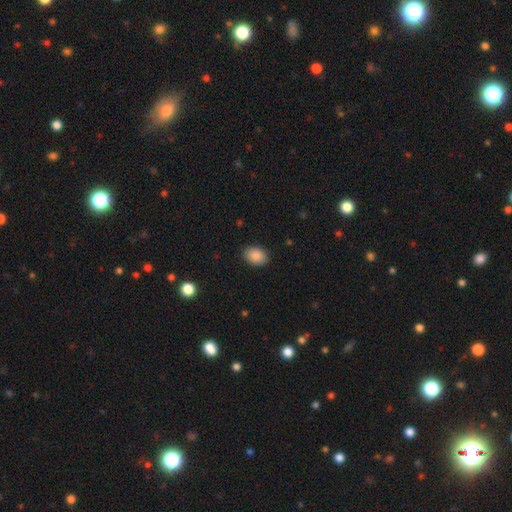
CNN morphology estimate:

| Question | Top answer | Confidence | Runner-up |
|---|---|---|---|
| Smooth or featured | smooth | 89% | star or artifact (8%) |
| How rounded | in between | 72% | round (27%) |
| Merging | none | 88% | minor disturbance (9%) |